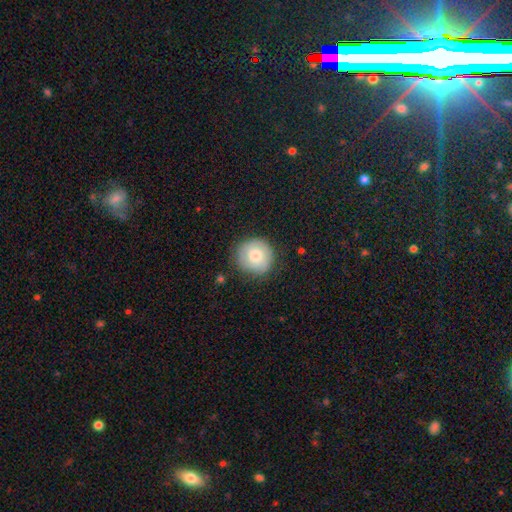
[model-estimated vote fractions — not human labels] This appears to be a smooth galaxy with no disk features (70%) that is round (93%). Merging: none (80%).